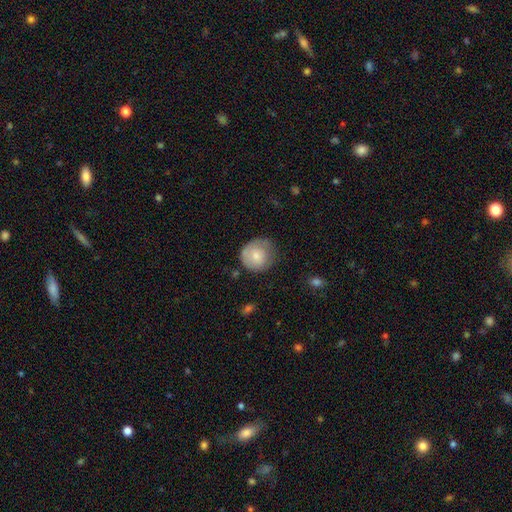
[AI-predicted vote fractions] The model was most divided on "merging": none: 58%, minor disturbance: 29%, major disturbance: 11%, merger: 2%. More confident: how rounded — round (86%); smooth or featured — smooth (74%).